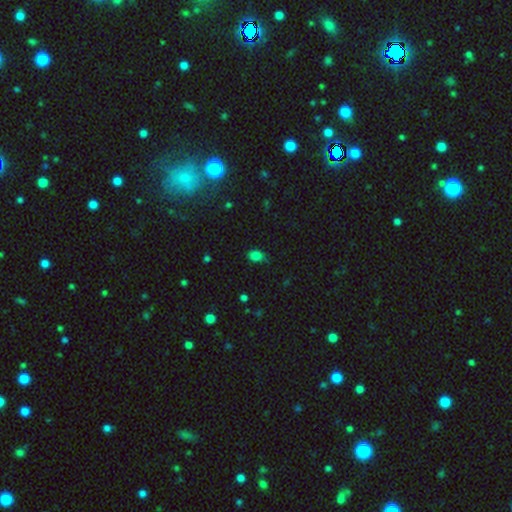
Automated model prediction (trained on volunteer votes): Smooth or featured? smooth (82%)
How rounded? in between (74%)
Merging? none (65%)